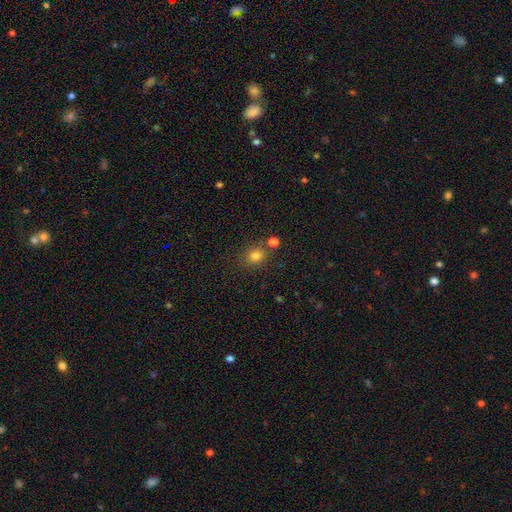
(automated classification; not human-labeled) Q: Smooth or featured?
A: smooth (80%); runner-up: star or artifact (14%)
Q: How rounded?
A: round (71%); runner-up: in between (28%)
Q: Merging?
A: none (72%); runner-up: merger (14%)